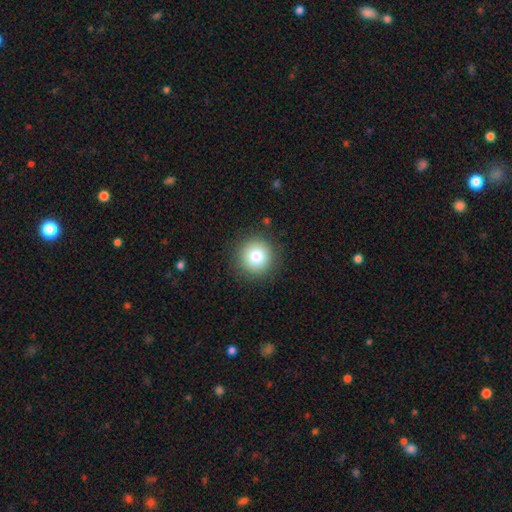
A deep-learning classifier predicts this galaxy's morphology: Smooth or featured? smooth (79%)
How rounded? round (95%)
Merging? none (90%)